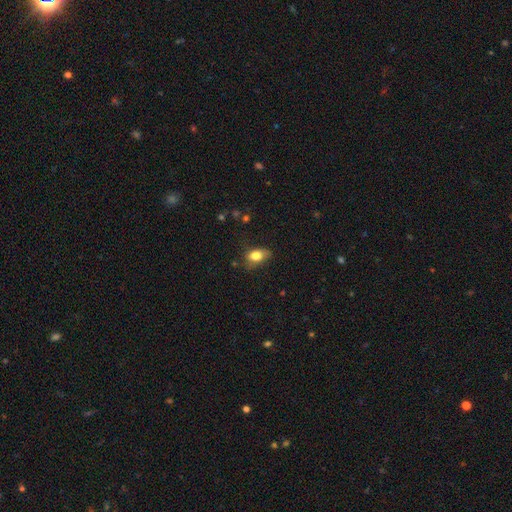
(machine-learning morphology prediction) Overall: smooth (80%). How rounded: in between (84%). Merging: none (58%; minor disturbance 31%).